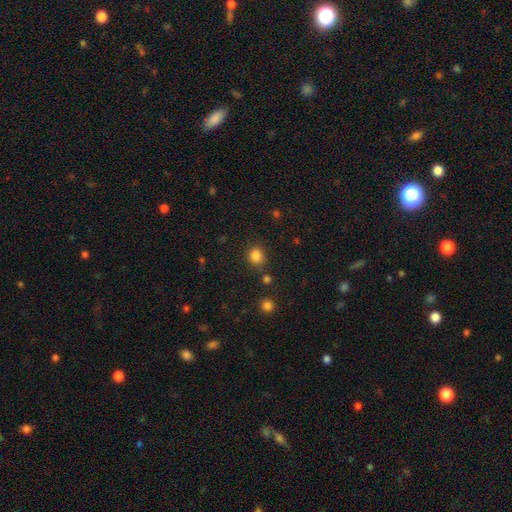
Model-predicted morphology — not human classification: Smooth or featured: smooth — 84% (star or artifact — 12%)
How rounded: round — 83% (in between — 16%)
Merging: none — 81% (minor disturbance — 10%)